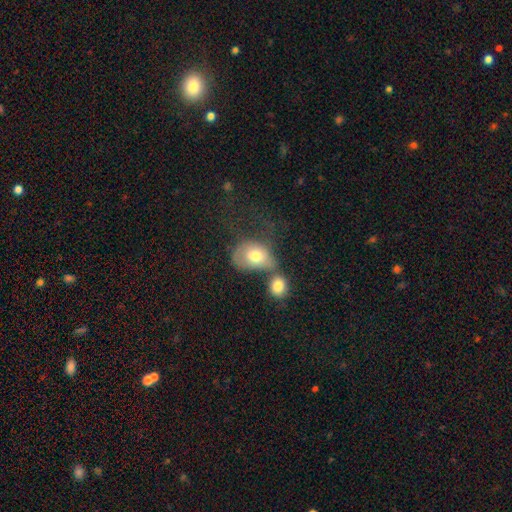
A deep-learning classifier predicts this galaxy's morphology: A smooth galaxy with no disk features (69%) that is in between round and cigar-shaped (62%).

Vote fractions:
- Smooth or featured? smooth: 69% / featured or disk: 23% / star or artifact: 8%
- How rounded? in between: 62% / round: 37% / cigar-shaped: 1%
- Merging? merger: 47% / major disturbance: 20% / none: 19% / minor disturbance: 13%